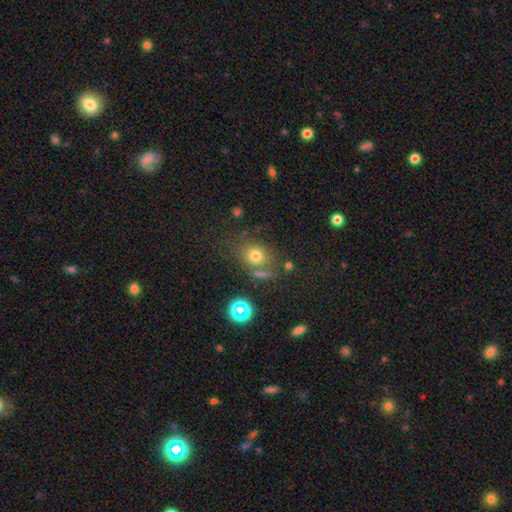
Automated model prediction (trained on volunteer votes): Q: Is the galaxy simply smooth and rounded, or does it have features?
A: smooth — 71%.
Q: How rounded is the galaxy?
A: round — 70%.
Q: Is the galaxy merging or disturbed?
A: none — 66%.